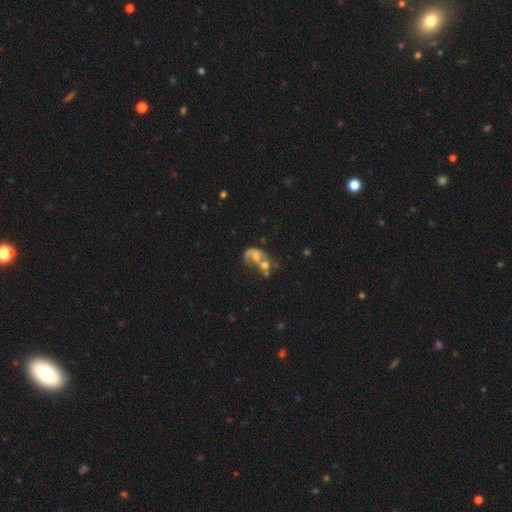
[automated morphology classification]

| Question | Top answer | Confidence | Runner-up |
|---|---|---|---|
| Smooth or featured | featured or disk | 59% | smooth (28%) |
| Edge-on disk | no | 97% | yes (3%) |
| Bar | no | 74% | weak (20%) |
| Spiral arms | yes | 53% | no (47%) |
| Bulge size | moderate | 46% | small (27%) |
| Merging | merger | 56% | major disturbance (19%) |